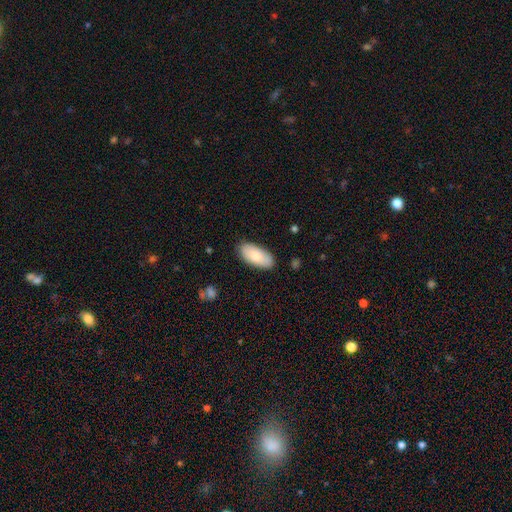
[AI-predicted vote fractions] This appears to be a smooth galaxy with no disk features (83%) that is in between round and cigar-shaped (92%). Merging: none (85%).